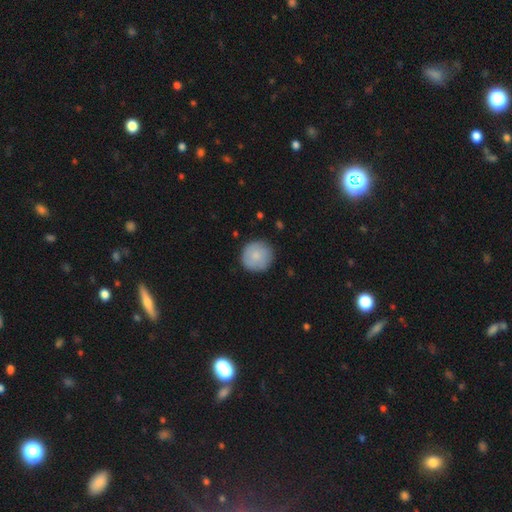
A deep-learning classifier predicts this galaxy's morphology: type=smooth (81%); roundness=round (94%); merging=none (87%).